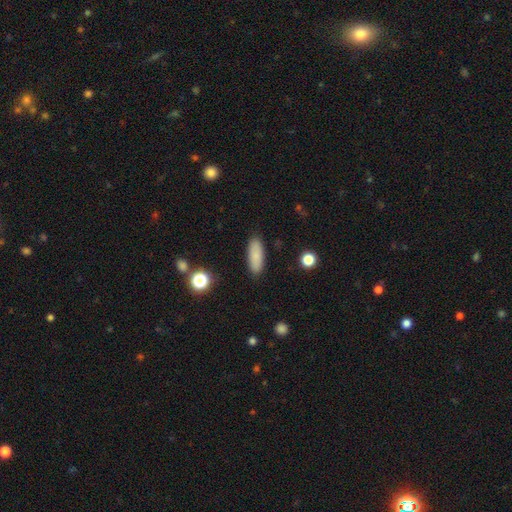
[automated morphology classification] A smooth galaxy with no disk features (85%) that is in between round and cigar-shaped (65%).

Vote fractions:
- Smooth or featured? smooth: 85% / star or artifact: 8% / featured or disk: 7%
- How rounded? in between: 65% / cigar-shaped: 32% / round: 2%
- Merging? none: 89% / minor disturbance: 8% / major disturbance: 2% / merger: 1%